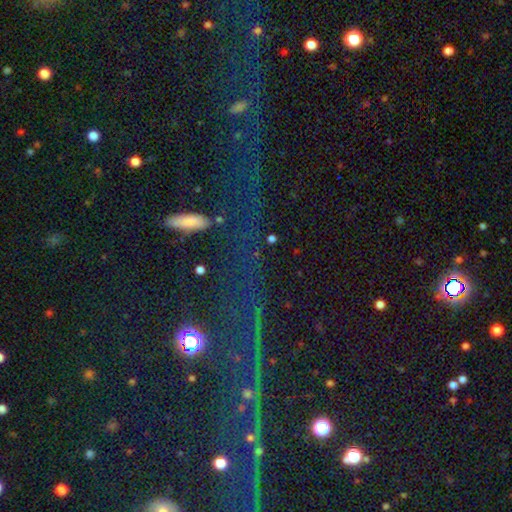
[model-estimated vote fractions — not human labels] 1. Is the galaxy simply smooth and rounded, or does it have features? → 67% star or artifact, 17% smooth, 15% featured or disk.